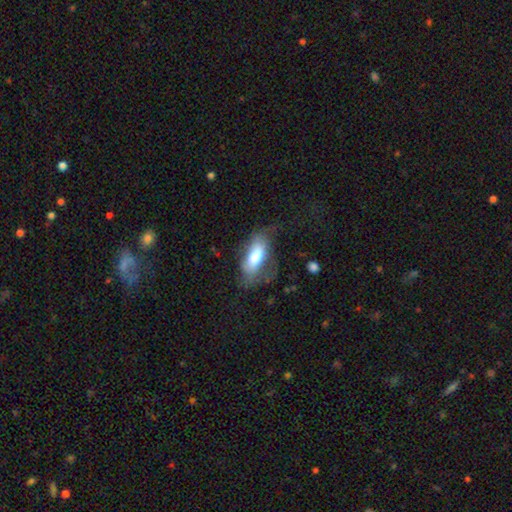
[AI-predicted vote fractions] Smooth or featured? Predicted: smooth (p=0.66). How rounded? Predicted: in between (p=0.81). Merging? Predicted: none (p=0.46).